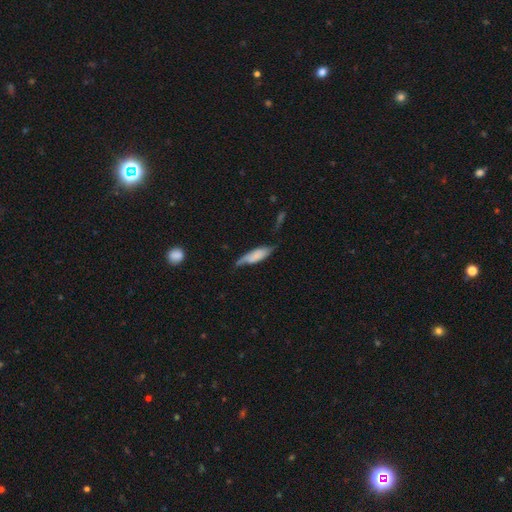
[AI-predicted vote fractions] A smooth galaxy with no disk features (62%) that is in between round and cigar-shaped (53%). Merging: none (46%).